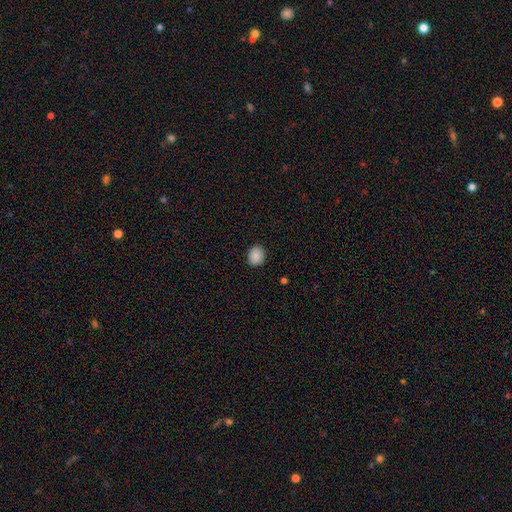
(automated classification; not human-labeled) A smooth galaxy with no disk features (88%) that is round (61%). Merging: none (88%).